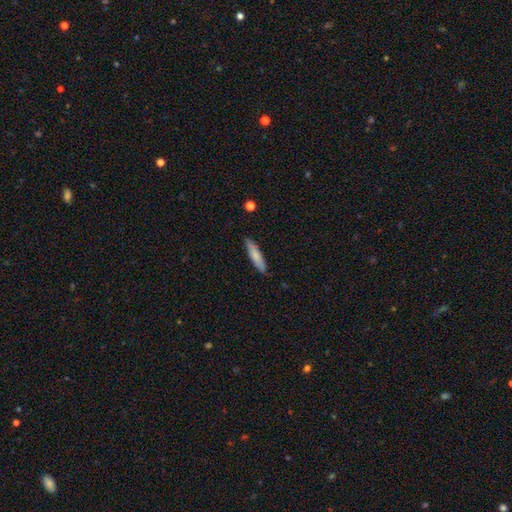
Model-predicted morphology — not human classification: A smooth galaxy with no disk features (74%) that is cigar-shaped (77%). Merging: none (85%).